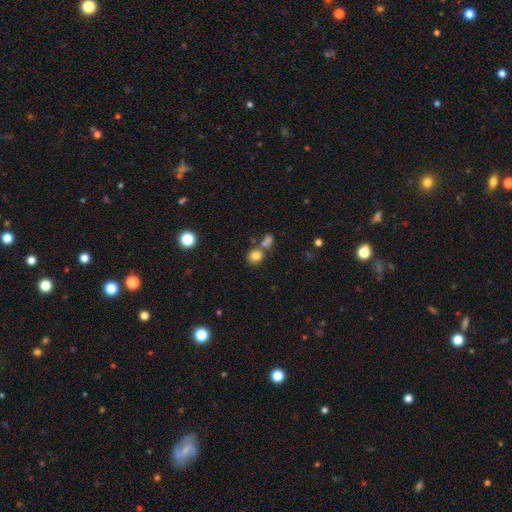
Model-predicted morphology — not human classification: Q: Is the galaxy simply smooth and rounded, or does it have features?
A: smooth — 80%.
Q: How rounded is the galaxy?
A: round — 78%.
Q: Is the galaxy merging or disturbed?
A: none — 59%.